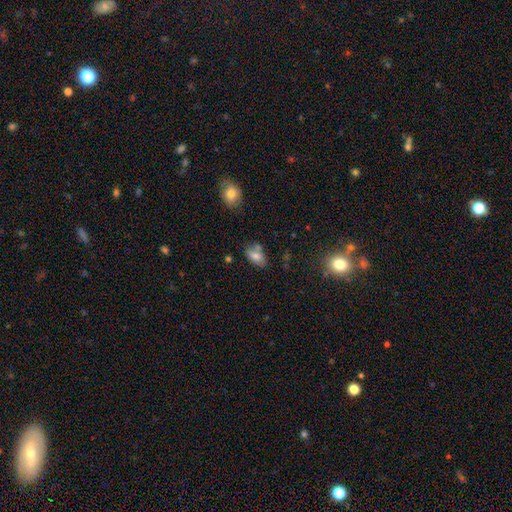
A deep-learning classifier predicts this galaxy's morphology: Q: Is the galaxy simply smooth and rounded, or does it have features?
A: smooth — 73%.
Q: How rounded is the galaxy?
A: in between — 90%.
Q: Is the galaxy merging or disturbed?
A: none — 59%.